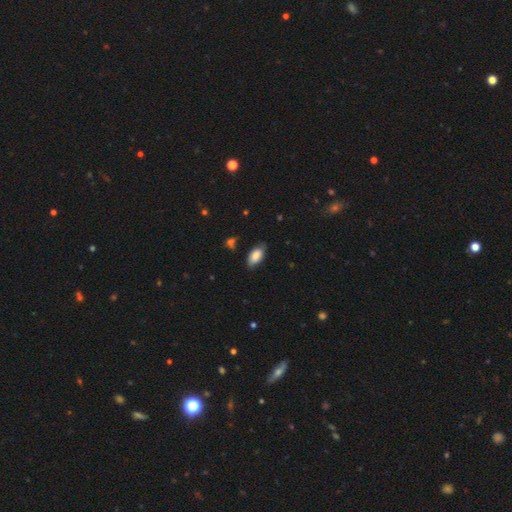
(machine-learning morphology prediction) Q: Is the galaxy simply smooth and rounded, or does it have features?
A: smooth — 85%.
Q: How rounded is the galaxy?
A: in between — 92%.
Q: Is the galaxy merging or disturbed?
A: none — 79%.